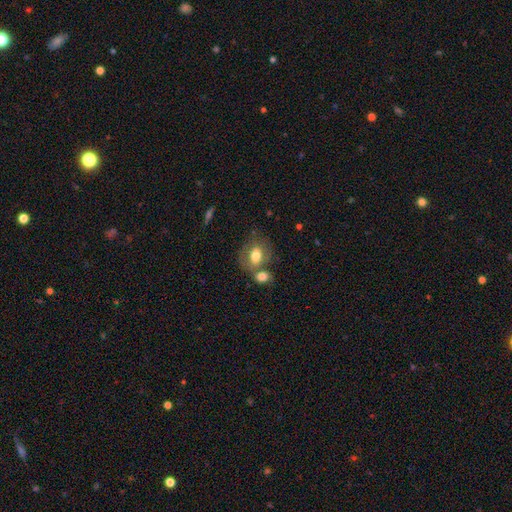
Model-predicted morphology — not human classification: smooth-or-featured: smooth: 67% | featured or disk: 25% | star or artifact: 8%
  how-rounded: in between: 63% | round: 35% | cigar-shaped: 1%
  merging: none: 45% | merger: 33% | minor disturbance: 15% | major disturbance: 7%